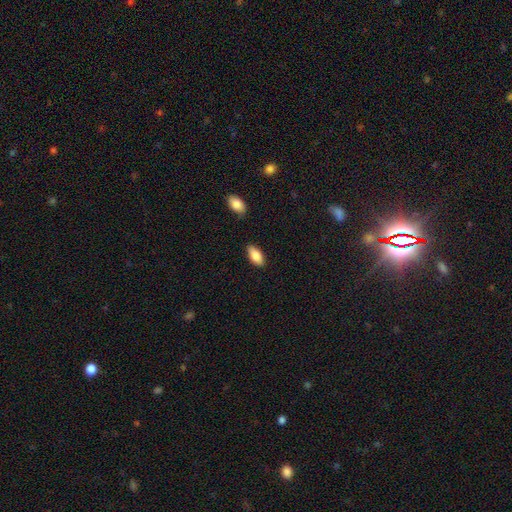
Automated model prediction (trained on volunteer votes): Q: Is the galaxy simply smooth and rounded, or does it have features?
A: smooth — 85%.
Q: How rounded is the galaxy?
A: in between — 90%.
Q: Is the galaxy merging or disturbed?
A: none — 85%.